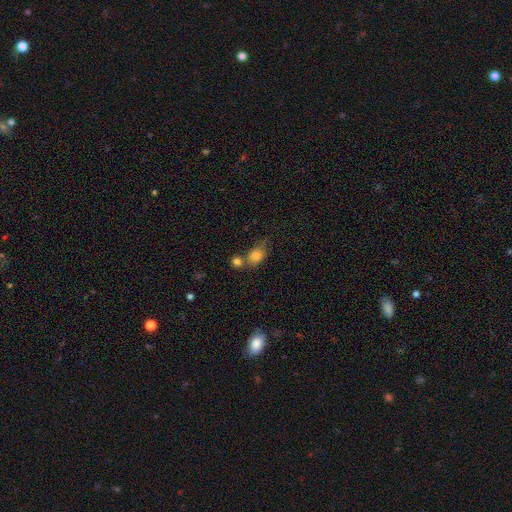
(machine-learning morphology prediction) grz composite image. It shows a smooth galaxy with no disk features (78%) that is in between round and cigar-shaped (54%). Merging: none (41%).